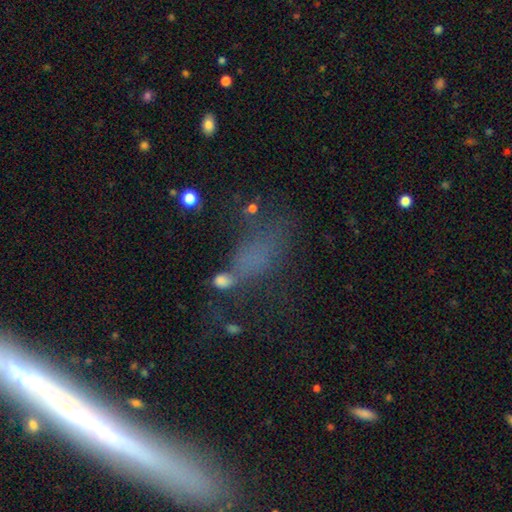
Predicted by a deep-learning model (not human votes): Overall: smooth (48%; star or artifact 30%). Merging: major disturbance (34%; none 32%).